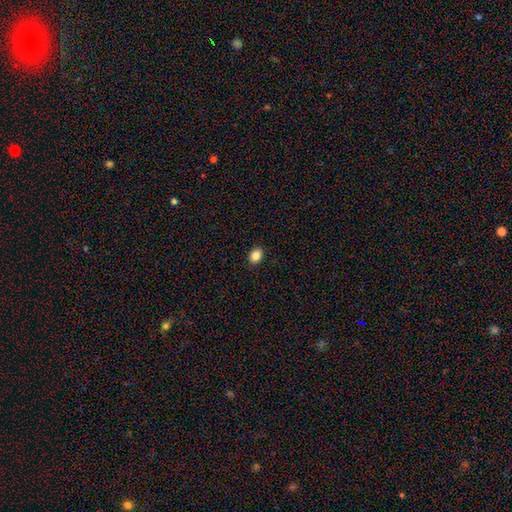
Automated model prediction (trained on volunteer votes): This is clearly a smooth galaxy (86%). How rounded: possibly in between (57%). Merging: clearly none (91%).